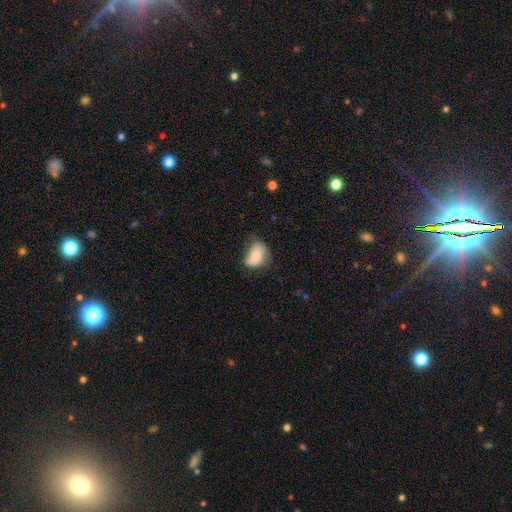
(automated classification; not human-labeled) Overall: smooth (71%). How rounded: in between (74%). Merging: none (44%; minor disturbance 39%).